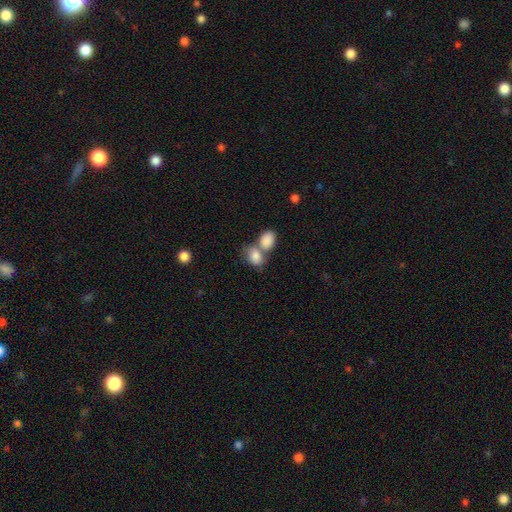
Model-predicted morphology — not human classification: smooth_or_featured: smooth (p=0.84) [alt: featured or disk p=0.09]
how_rounded: in between (p=0.69) [alt: round p=0.30]
merging: merger (p=0.60) [alt: none p=0.27]